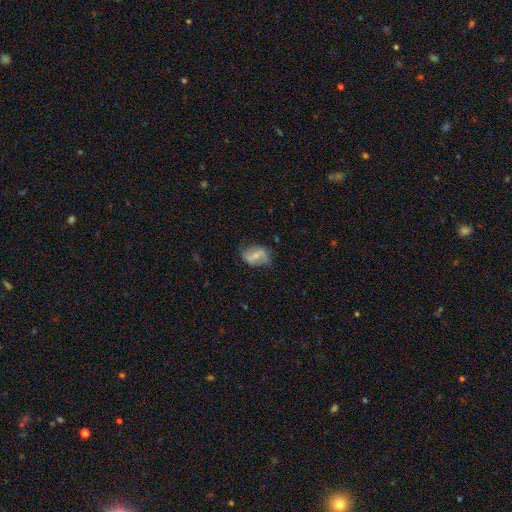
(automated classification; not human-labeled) Overall: featured or disk (57%; smooth 35%). Edge-on disk: no (95%). Bar: weak (41%; strong 32%). Spiral arms: yes (74%). Bulge size: small (49%; moderate 38%). Merging: none (59%; minor disturbance 26%).